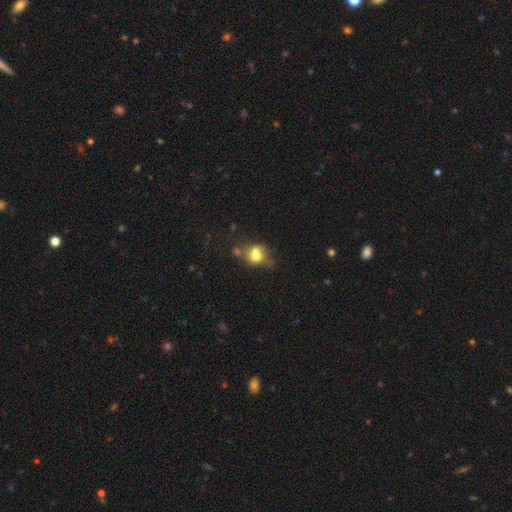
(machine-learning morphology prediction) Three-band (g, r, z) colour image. It shows a smooth galaxy with no disk features (66%) that is in between round and cigar-shaped (50%). Merging: none (35%, tied with merger).